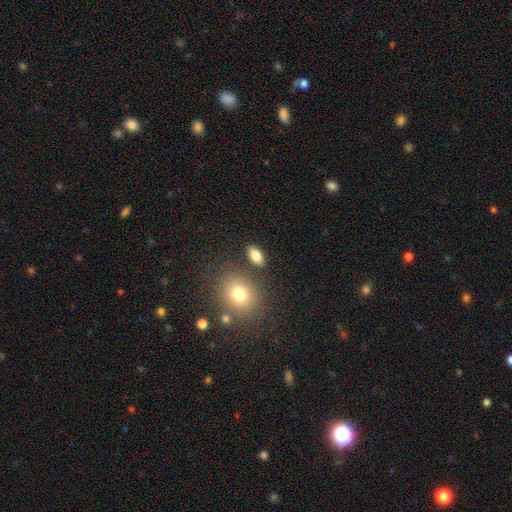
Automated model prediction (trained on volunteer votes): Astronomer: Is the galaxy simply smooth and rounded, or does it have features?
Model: smooth — 79%.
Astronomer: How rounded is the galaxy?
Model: in between — 82%.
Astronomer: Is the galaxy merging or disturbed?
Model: none — 83%.